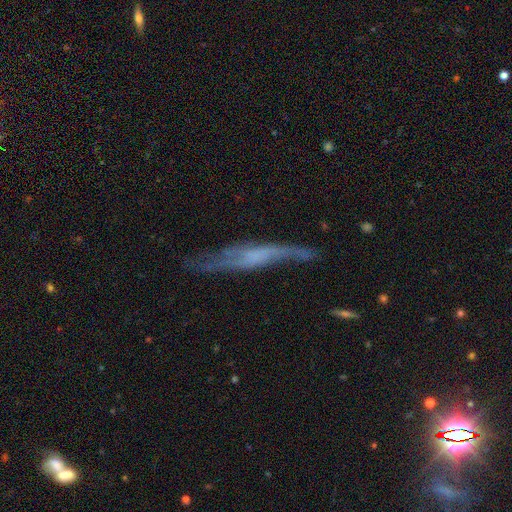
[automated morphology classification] smooth_or_featured: featured or disk (p=0.66) [alt: smooth p=0.26]
disk_edge_on: yes (p=0.59) [alt: no p=0.41]
merging: none (p=0.54) [alt: minor disturbance p=0.26]